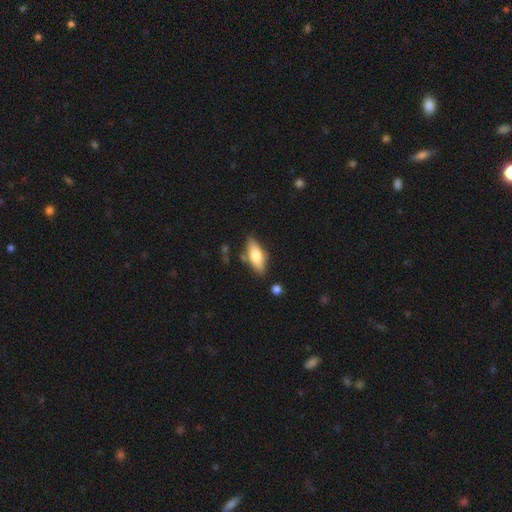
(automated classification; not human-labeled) smooth 71%, featured or disk 23%, star or artifact 6%. Down the decision tree: how rounded — in between (73%); merging — none (76%).